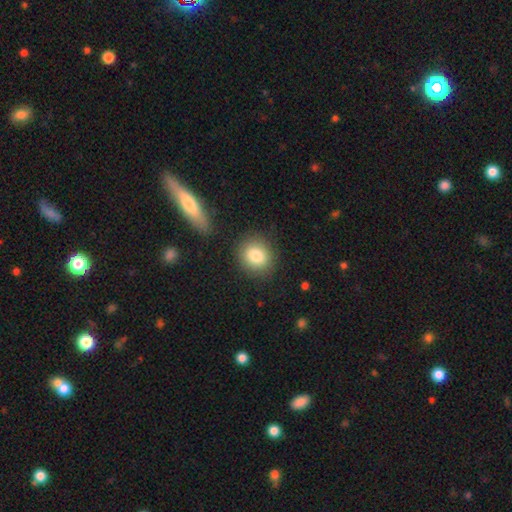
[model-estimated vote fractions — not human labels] A smooth galaxy with no disk features (83%) that is round (76%). Merging: none (85%).